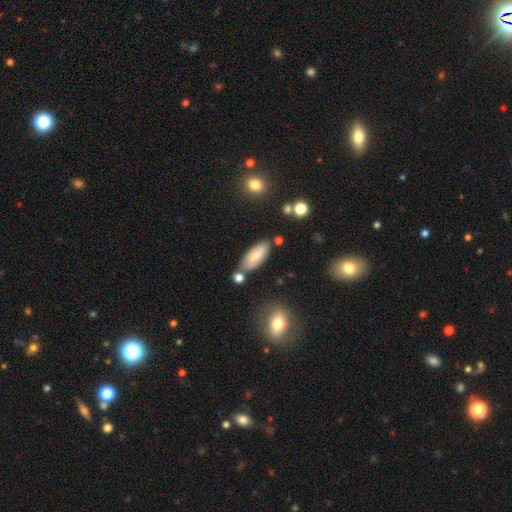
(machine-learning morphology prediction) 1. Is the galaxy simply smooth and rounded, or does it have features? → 72% smooth, 21% featured or disk, 7% star or artifact.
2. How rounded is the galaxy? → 78% in between, 19% cigar-shaped, 2% round.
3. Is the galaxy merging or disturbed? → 71% none, 16% minor disturbance, 9% merger, 4% major disturbance.